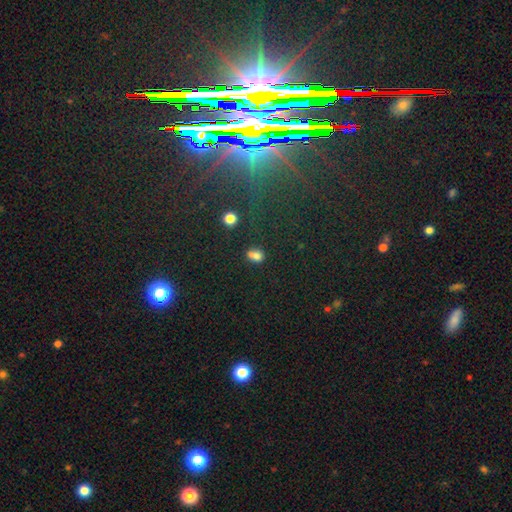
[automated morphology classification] Smooth or featured? smooth (76%)
How rounded? in between (59%)
Merging? none (45%)